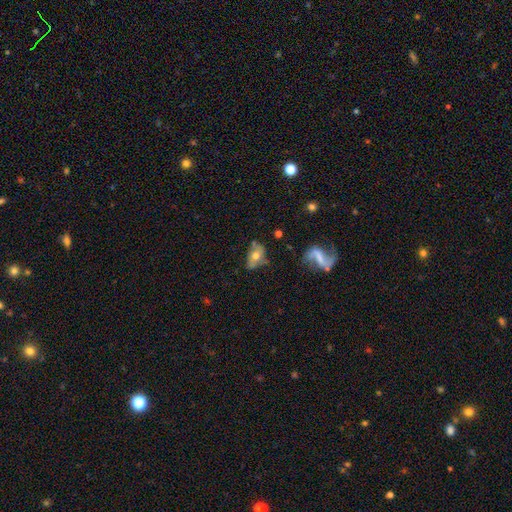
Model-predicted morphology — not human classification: smooth-or-featured: featured or disk: 46% | smooth: 45% | star or artifact: 10%
  merging: none: 46% | minor disturbance: 29% | major disturbance: 19% | merger: 7%